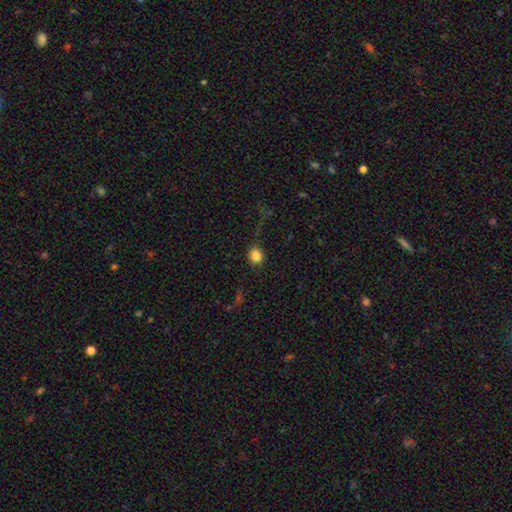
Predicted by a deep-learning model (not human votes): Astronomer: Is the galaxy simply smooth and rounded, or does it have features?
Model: smooth — 84%.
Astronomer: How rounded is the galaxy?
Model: round — 82%.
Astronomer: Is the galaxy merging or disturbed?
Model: none — 74%.